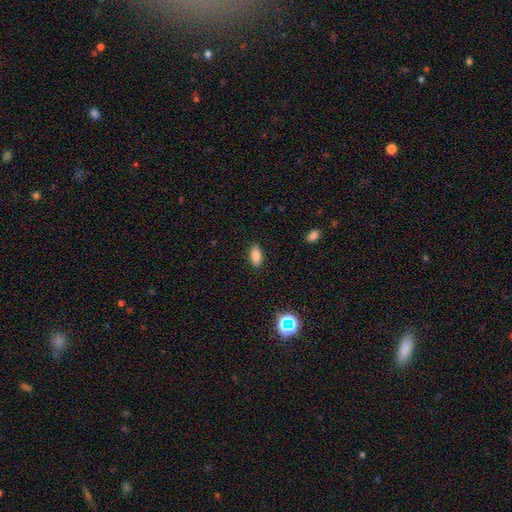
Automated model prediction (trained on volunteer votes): smooth_or_featured: smooth (p=0.85) [alt: star or artifact p=0.09]
how_rounded: in between (p=0.87) [alt: cigar-shaped p=0.09]
merging: none (p=0.88) [alt: minor disturbance p=0.08]